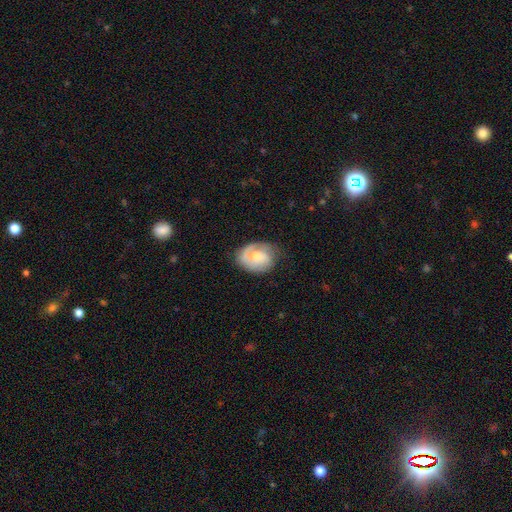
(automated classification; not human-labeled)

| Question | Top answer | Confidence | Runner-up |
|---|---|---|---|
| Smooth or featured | featured or disk | 64% | smooth (30%) |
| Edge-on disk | no | 97% | yes (3%) |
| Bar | no | 65% | weak (30%) |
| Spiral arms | yes | 89% | no (11%) |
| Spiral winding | tight | 44% | medium (39%) |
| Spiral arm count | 2 | 40% | 1 (39%) |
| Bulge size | small | 49% | moderate (42%) |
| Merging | none | 62% | minor disturbance (25%) |